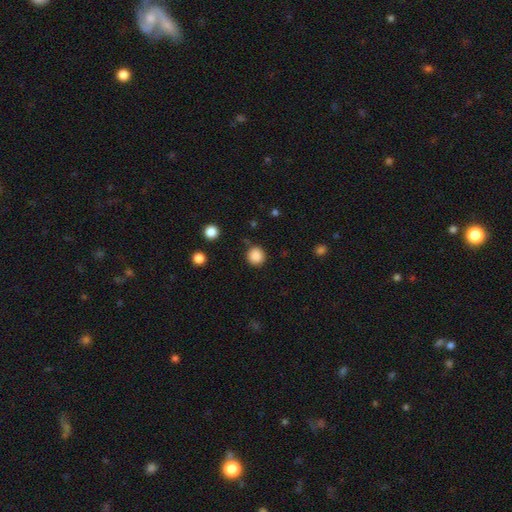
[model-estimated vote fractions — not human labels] smooth_or_featured: smooth (p=0.87) [alt: star or artifact p=0.10]
how_rounded: round (p=0.92) [alt: in between p=0.07]
merging: none (p=0.86) [alt: minor disturbance p=0.09]